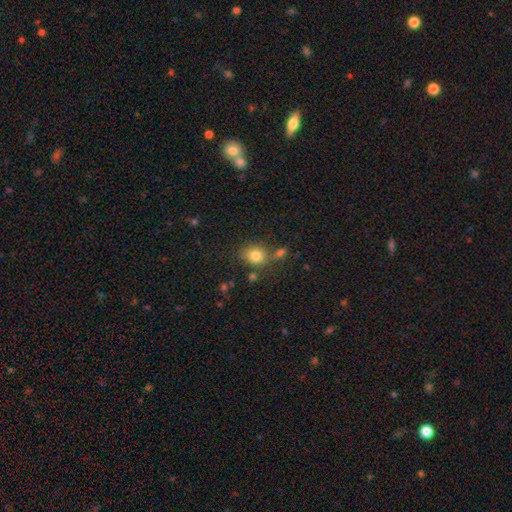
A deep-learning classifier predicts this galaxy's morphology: smooth_or_featured: smooth (p=0.80) [alt: star or artifact p=0.11]
how_rounded: round (p=0.56) [alt: in between p=0.43]
merging: none (p=0.69) [alt: minor disturbance p=0.14]